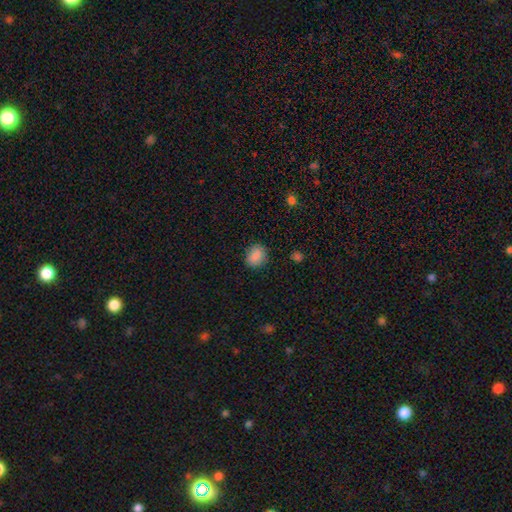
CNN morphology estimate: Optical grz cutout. It shows a smooth galaxy with no disk features (86%) that is round (63%). Merging: none (85%).